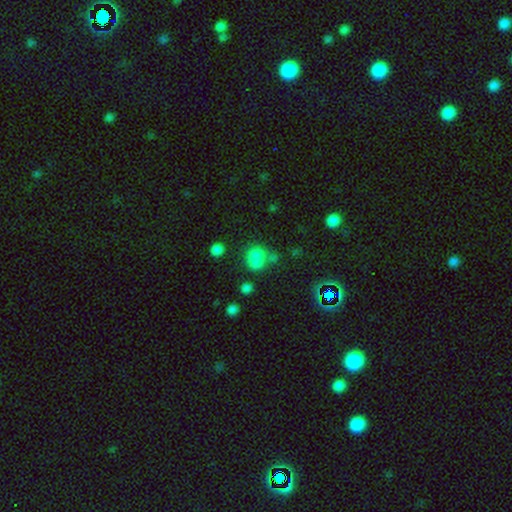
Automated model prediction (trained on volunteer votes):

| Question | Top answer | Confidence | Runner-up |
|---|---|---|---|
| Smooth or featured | smooth | 73% | star or artifact (17%) |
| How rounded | round | 59% | in between (40%) |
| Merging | none | 45% | merger (27%) |